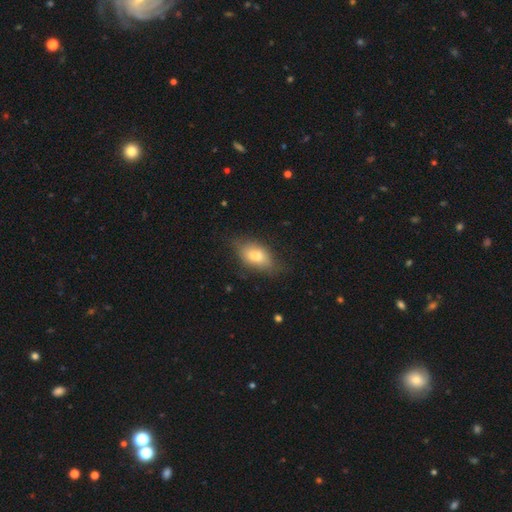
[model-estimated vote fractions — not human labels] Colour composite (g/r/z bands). It shows a smooth galaxy with no disk features (74%) that is in between round and cigar-shaped (87%). Merging: none (65%).